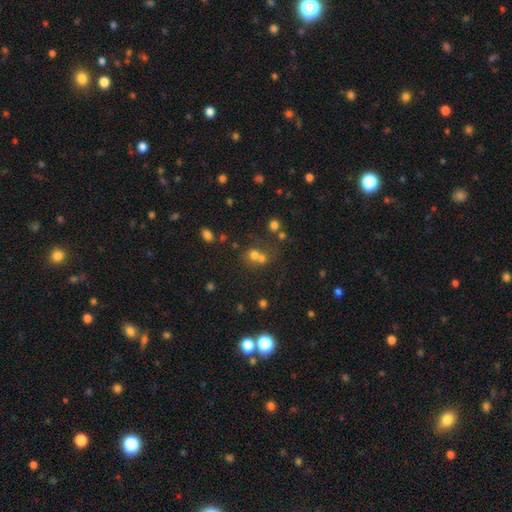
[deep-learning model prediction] A smooth galaxy with no disk features (63%) that is round (78%). Merging: merger (52%).